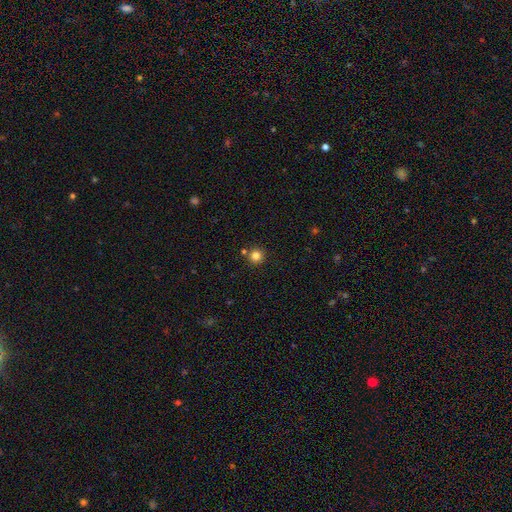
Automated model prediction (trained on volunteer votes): Smooth or featured: smooth — 81% (star or artifact — 13%)
How rounded: round — 95% (in between — 4%)
Merging: none — 85% (merger — 7%)